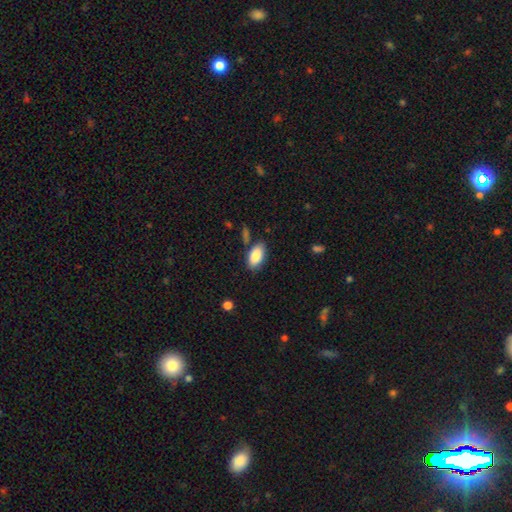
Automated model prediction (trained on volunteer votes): Smooth or featured?
  - smooth: 86% *
  - featured or disk: 8%
  - star or artifact: 6%
How rounded?
  - in between: 93% *
  - cigar-shaped: 3%
  - round: 3%
Merging?
  - none: 78% *
  - minor disturbance: 13%
  - merger: 5%
  - major disturbance: 3%